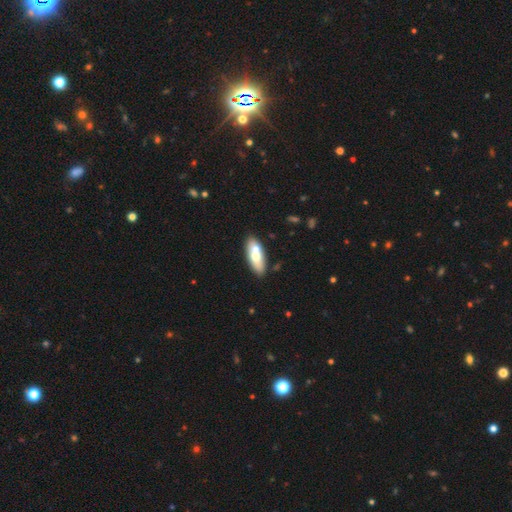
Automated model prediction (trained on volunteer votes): A smooth galaxy with no disk features (61%) that is in between round and cigar-shaped (76%).

Vote fractions:
- Smooth or featured? smooth: 61% / featured or disk: 32% / star or artifact: 6%
- How rounded? in between: 76% / cigar-shaped: 21% / round: 3%
- Merging? none: 61% / merger: 24% / minor disturbance: 11% / major disturbance: 3%